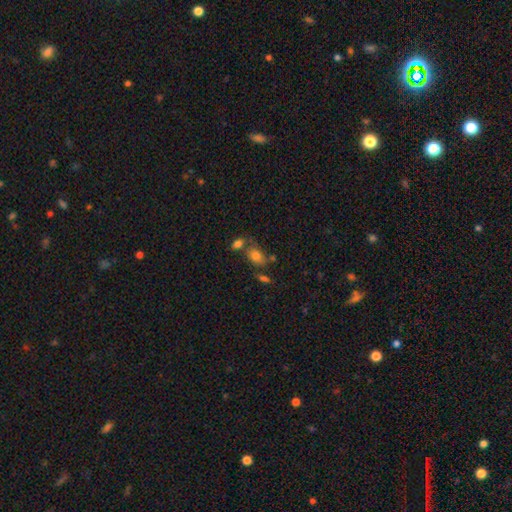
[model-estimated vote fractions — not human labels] Morphology: type=smooth (72%); roundness=in between (71%); merging=none (49%).